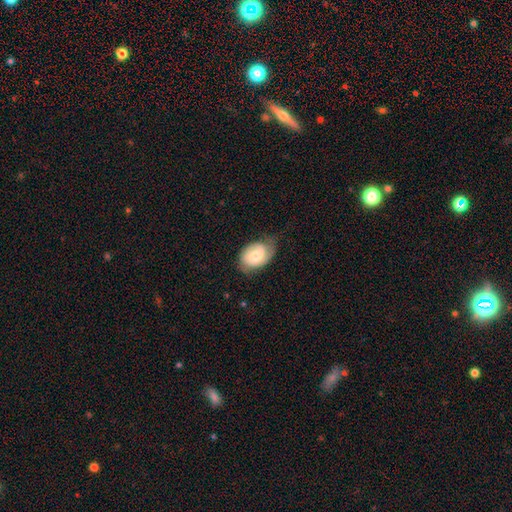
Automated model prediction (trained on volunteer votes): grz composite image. It shows a featured or disk galaxy (53%) with a weak bar (47%), spiral arms (88%) and a moderate central bulge (52%). Merging: none (59%).